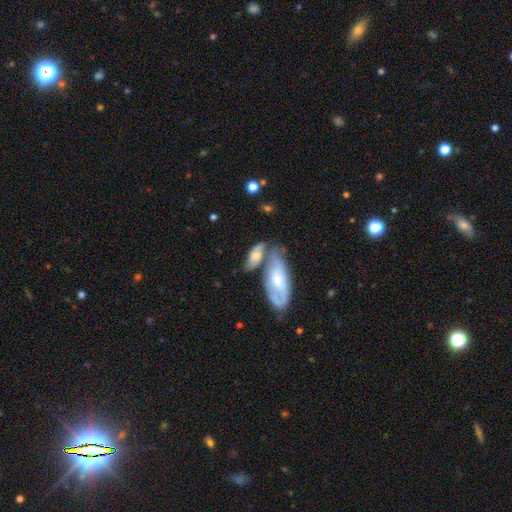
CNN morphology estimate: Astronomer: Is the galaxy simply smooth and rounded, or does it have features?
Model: smooth — 58% (runner-up: featured or disk, 36%).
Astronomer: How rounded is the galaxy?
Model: in between — 78%.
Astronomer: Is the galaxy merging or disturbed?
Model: merger — 41% (runner-up: none, 35%).